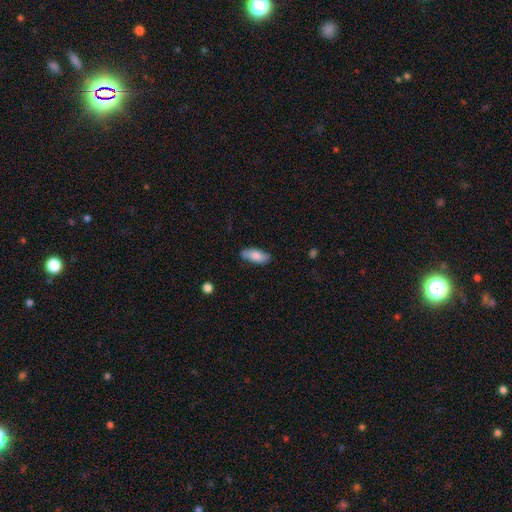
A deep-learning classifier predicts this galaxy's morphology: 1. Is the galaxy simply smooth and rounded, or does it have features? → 80% smooth, 14% featured or disk, 6% star or artifact.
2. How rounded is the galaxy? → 80% in between, 18% cigar-shaped, 2% round.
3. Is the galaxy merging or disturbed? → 80% none, 15% minor disturbance, 3% major disturbance, 1% merger.